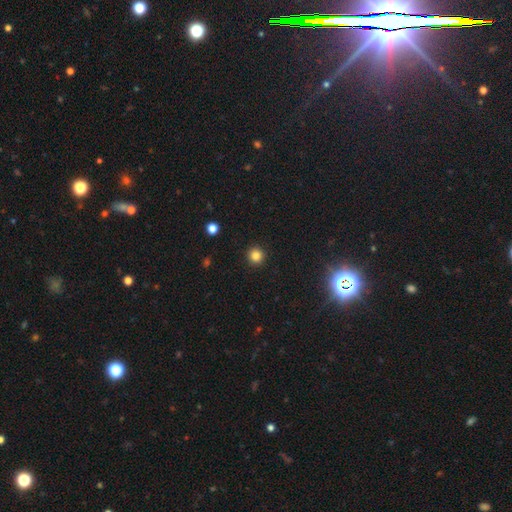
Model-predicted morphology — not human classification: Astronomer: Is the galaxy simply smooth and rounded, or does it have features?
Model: smooth — 83%.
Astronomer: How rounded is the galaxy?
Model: round — 95%.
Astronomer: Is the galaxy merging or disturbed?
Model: none — 93%.